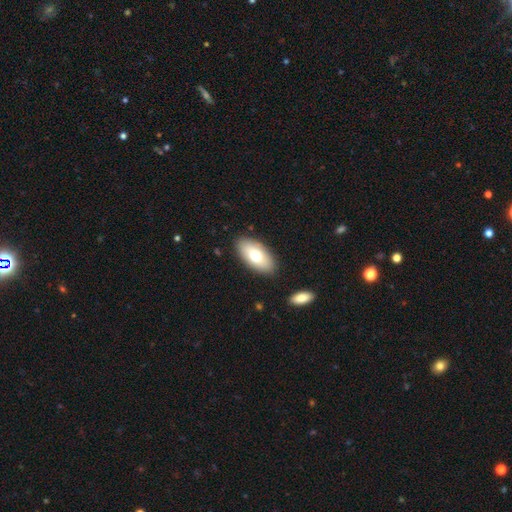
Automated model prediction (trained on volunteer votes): Q: Smooth or featured?
A: smooth (71%); runner-up: featured or disk (22%)
Q: How rounded?
A: in between (93%); runner-up: cigar-shaped (4%)
Q: Merging?
A: none (87%); runner-up: minor disturbance (9%)